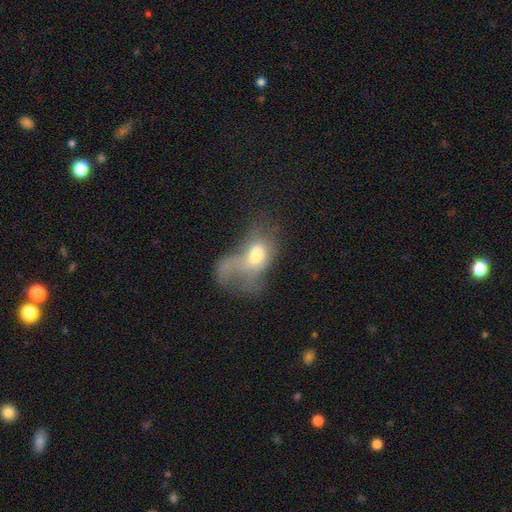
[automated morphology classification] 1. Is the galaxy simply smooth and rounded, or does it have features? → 57% smooth, 33% featured or disk, 10% star or artifact.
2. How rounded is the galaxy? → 78% in between, 20% round, 2% cigar-shaped.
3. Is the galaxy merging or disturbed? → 56% major disturbance, 21% merger, 11% none, 11% minor disturbance.